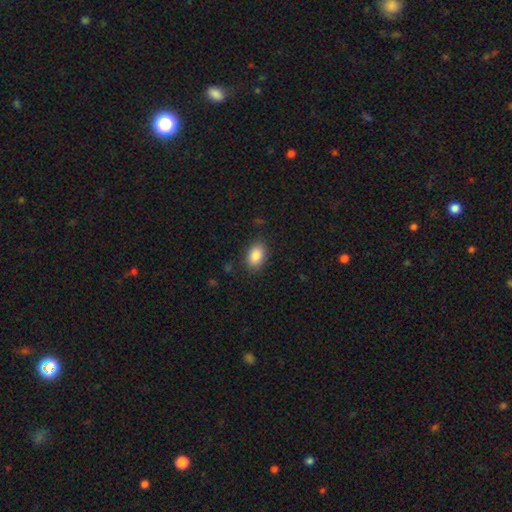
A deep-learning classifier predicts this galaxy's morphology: smooth_or_featured: smooth (p=0.86) [alt: star or artifact p=0.08]
how_rounded: in between (p=0.85) [alt: round p=0.13]
merging: none (p=0.85) [alt: minor disturbance p=0.11]